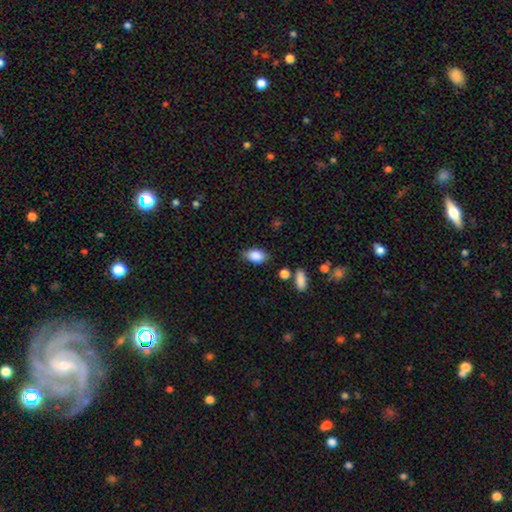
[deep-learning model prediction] Overall: smooth (87%). How rounded: in between (90%). Merging: none (78%).